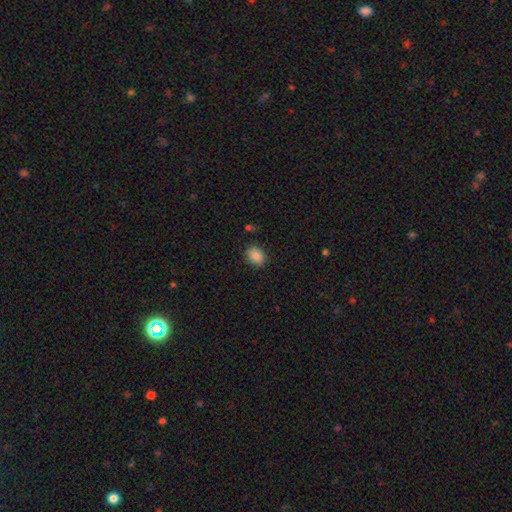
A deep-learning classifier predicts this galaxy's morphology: The model was most divided on "how rounded": in between: 57%, round: 43%, cigar-shaped: 1%. More confident: smooth or featured — smooth (86%); merging — none (85%).